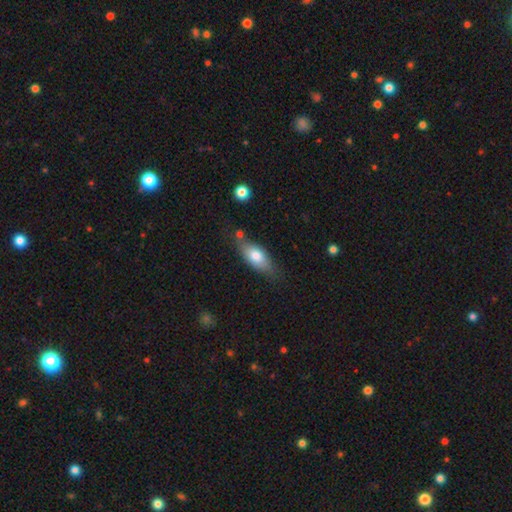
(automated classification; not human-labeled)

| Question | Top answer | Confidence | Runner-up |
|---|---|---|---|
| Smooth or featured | smooth | 71% | featured or disk (23%) |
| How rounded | in between | 79% | cigar-shaped (17%) |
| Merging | none | 63% | minor disturbance (22%) |